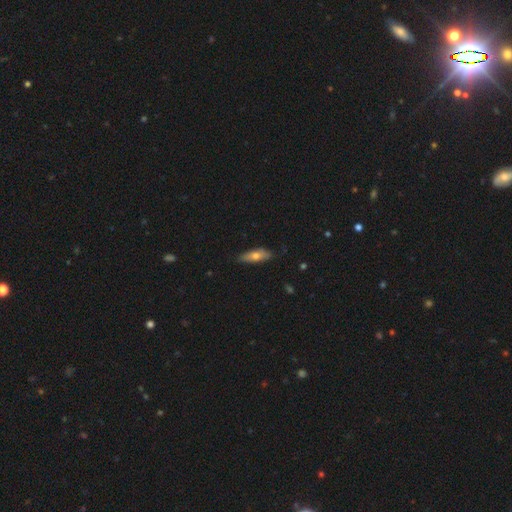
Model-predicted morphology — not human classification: The model was most divided on "how rounded": in between: 49%, cigar-shaped: 48%, round: 3%. More confident: merging — none (80%); smooth or featured — smooth (65%).